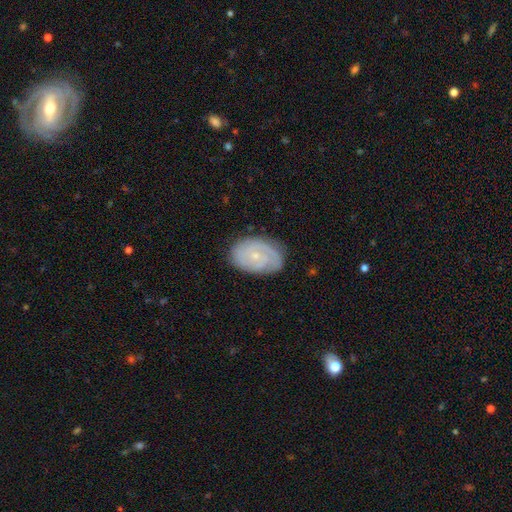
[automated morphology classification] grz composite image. It shows a featured or disk galaxy (75%) with no bar (73%), 2 (40%) tight (70%) spiral arms (93%) and a small central bulge (77%). Merging: none (80%).